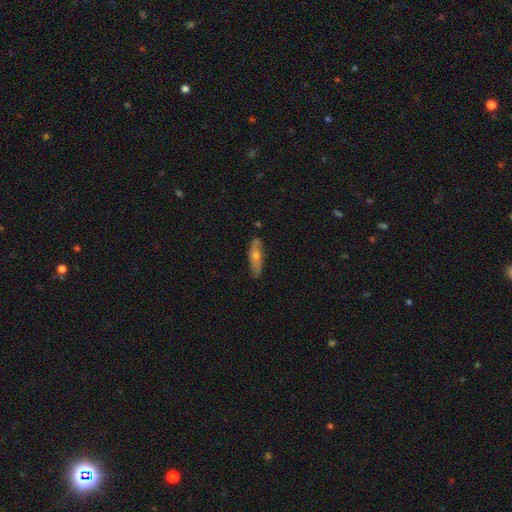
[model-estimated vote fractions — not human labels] Morphology: type=featured or disk (48%); merging=none (81%).